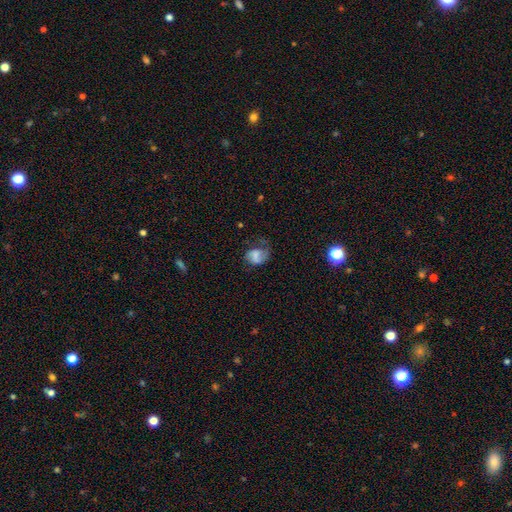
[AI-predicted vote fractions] This appears to be a smooth galaxy with no disk features (50%). Merging: none (39%).